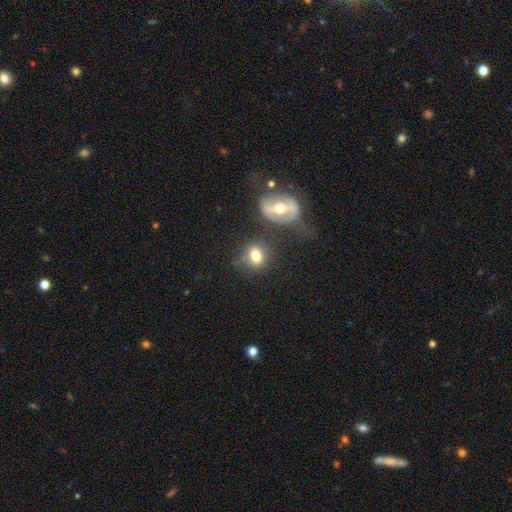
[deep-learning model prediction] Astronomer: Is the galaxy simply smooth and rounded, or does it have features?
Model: smooth — 71%.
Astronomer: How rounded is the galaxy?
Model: round — 55% (runner-up: in between, 43%).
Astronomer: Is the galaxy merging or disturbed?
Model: none — 63%.